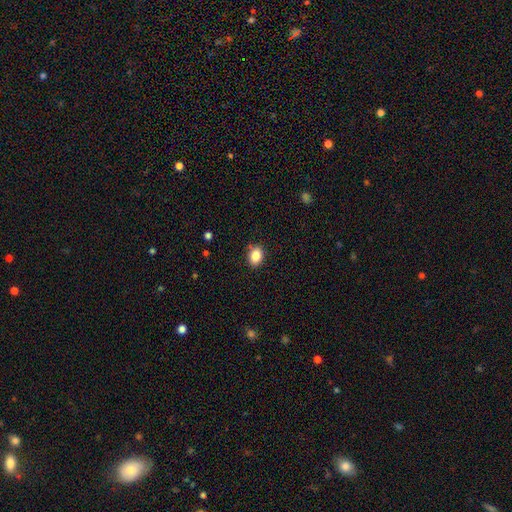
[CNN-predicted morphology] smooth-or-featured: smooth: 85% | star or artifact: 9% | featured or disk: 6%
  how-rounded: in between: 72% | round: 26% | cigar-shaped: 1%
  merging: none: 86% | minor disturbance: 10% | major disturbance: 2% | merger: 2%